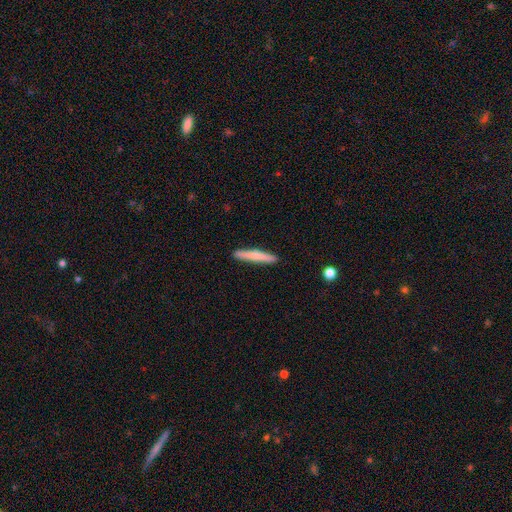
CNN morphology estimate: This appears to be a smooth galaxy with no disk features (71%) that is cigar-shaped (95%). Merging: none (91%).